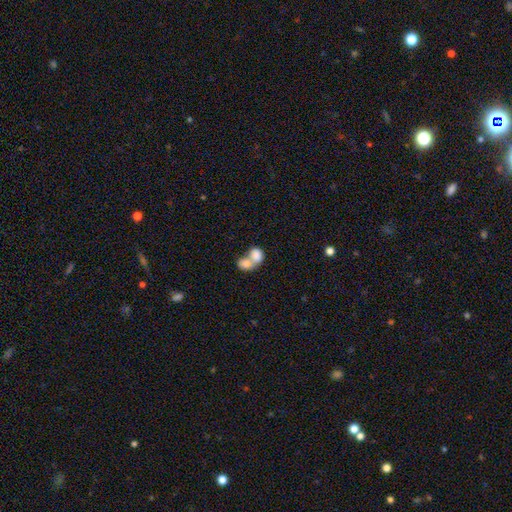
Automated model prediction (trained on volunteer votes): This appears to be a smooth galaxy with no disk features (79%) that is in between round and cigar-shaped (65%). Merging: merger (77%).